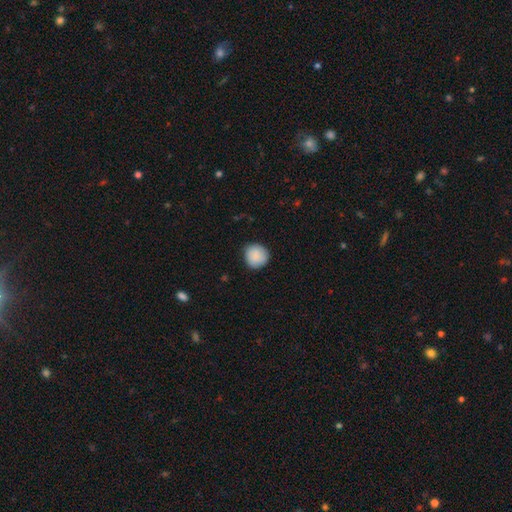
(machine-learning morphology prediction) The model was most divided on "merging": none: 87%, minor disturbance: 10%, major disturbance: 2%, merger: 1%. More confident: how rounded — round (92%); smooth or featured — smooth (89%).